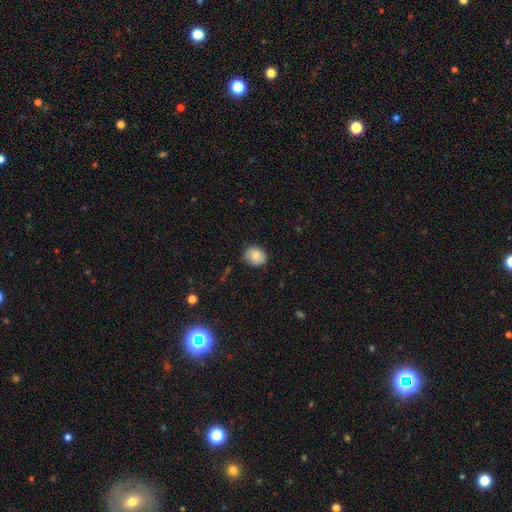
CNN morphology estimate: The model was most divided on "how rounded": round: 55%, in between: 45%, cigar-shaped: 1%. More confident: smooth or featured — smooth (84%); merging — none (74%).